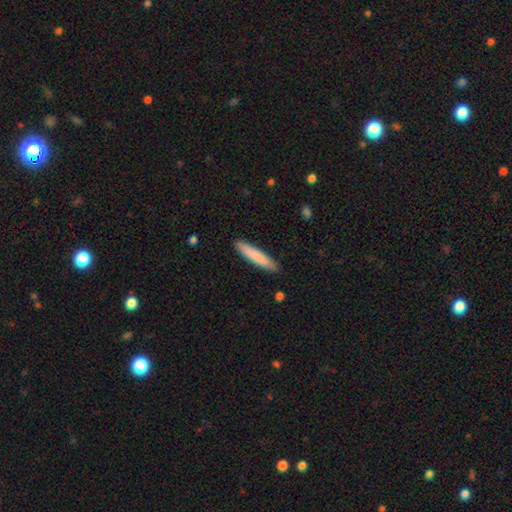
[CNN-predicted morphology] This is clearly a smooth galaxy (82%). How rounded: clearly cigar-shaped (92%). Merging: clearly none (90%).